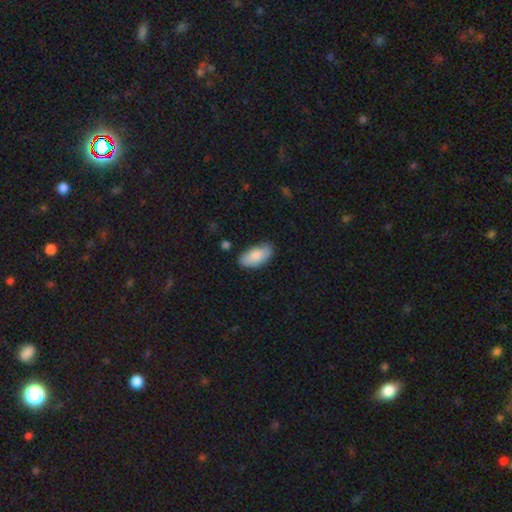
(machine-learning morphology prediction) Smooth or featured?
  - smooth: 83% *
  - featured or disk: 11%
  - star or artifact: 6%
How rounded?
  - in between: 92% *
  - cigar-shaped: 5%
  - round: 2%
Merging?
  - none: 71% *
  - minor disturbance: 23%
  - major disturbance: 4%
  - merger: 2%